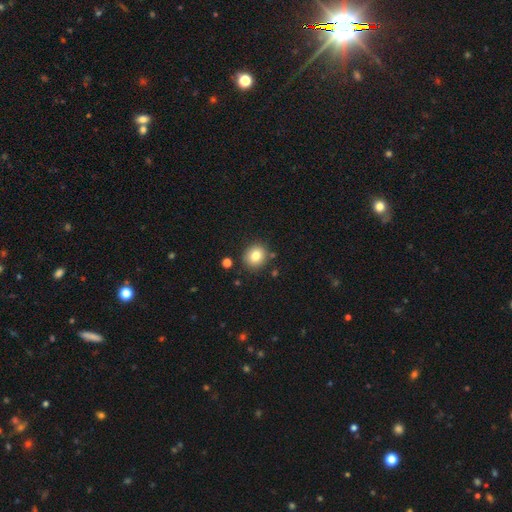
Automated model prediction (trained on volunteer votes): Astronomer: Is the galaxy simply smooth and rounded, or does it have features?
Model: smooth — 80%.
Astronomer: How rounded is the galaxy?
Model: round — 77%.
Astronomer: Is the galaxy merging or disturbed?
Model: none — 84%.